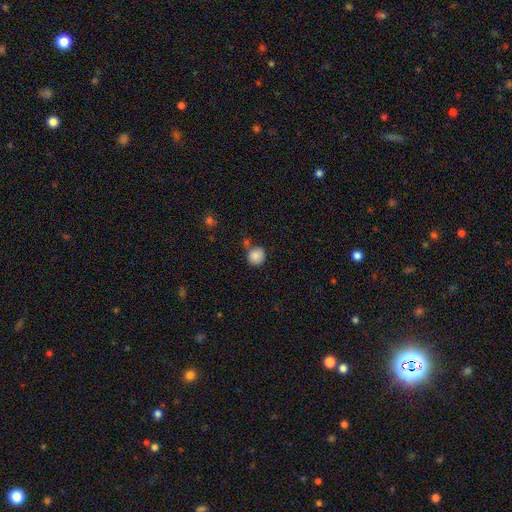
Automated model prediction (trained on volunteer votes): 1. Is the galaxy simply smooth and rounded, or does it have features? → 87% smooth, 9% star or artifact, 4% featured or disk.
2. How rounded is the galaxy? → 90% round, 9% in between, 1% cigar-shaped.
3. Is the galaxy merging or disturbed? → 70% none, 14% minor disturbance, 11% merger, 4% major disturbance.